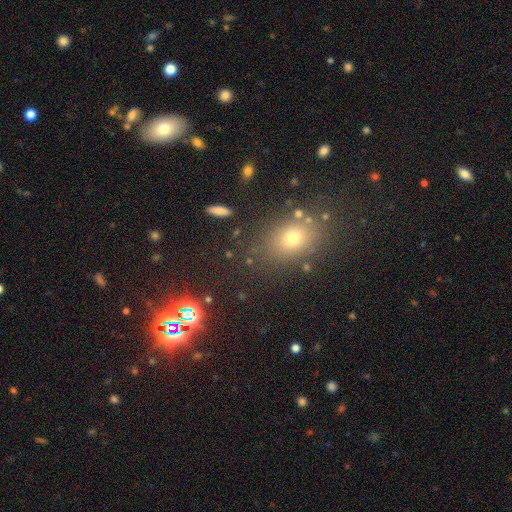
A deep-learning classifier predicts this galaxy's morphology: Q: Smooth or featured?
A: smooth (48%); runner-up: star or artifact (40%)
Q: Merging?
A: none (80%); runner-up: minor disturbance (11%)